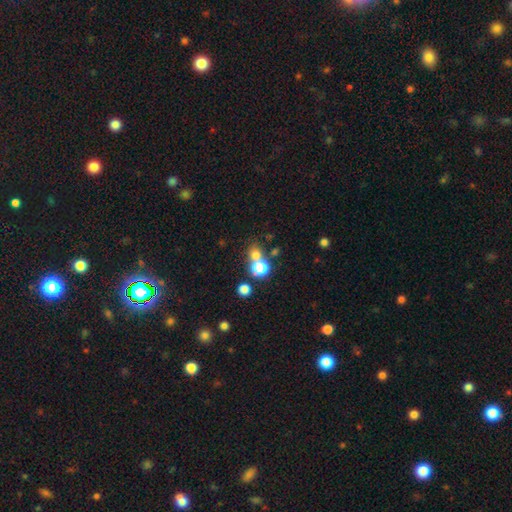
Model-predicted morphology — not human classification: Smooth or featured?
  - smooth: 66% *
  - star or artifact: 25%
  - featured or disk: 9%
How rounded?
  - round: 82% *
  - in between: 17%
  - cigar-shaped: 1%
Merging?
  - none: 54% *
  - merger: 34%
  - minor disturbance: 7%
  - major disturbance: 5%